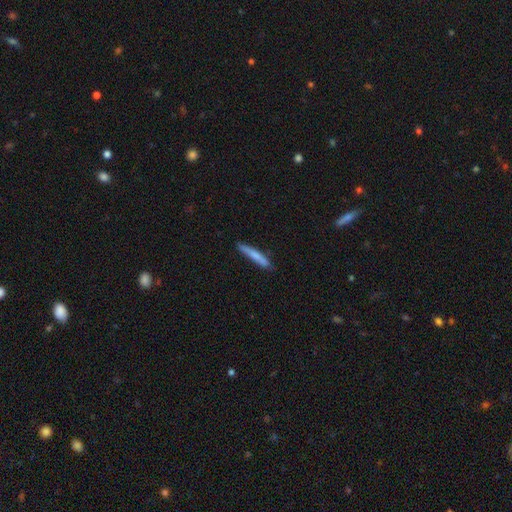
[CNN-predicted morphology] Smooth or featured? Predicted: smooth (p=0.71). How rounded? Predicted: cigar-shaped (p=0.94). Merging? Predicted: none (p=0.80).